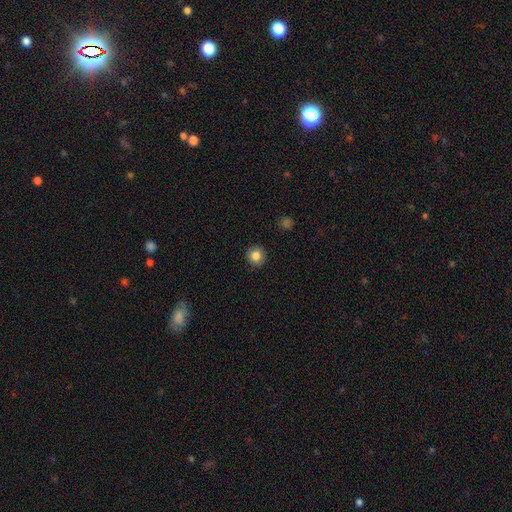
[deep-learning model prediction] This appears to be a smooth galaxy with no disk features (84%) that is round (93%). Merging: none (92%).